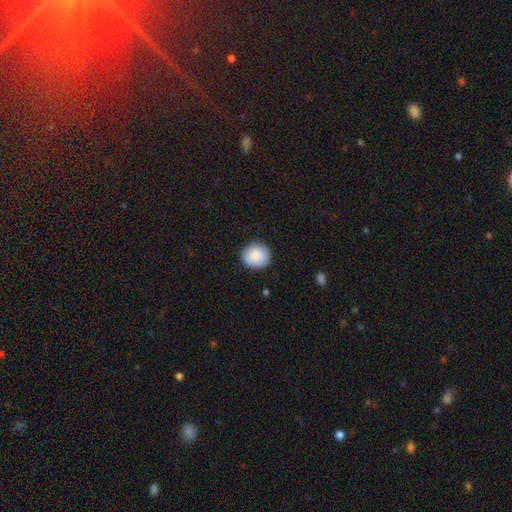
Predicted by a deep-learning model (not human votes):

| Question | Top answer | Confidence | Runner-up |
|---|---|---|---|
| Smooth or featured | smooth | 88% | star or artifact (7%) |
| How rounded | round | 86% | in between (13%) |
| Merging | none | 87% | minor disturbance (10%) |